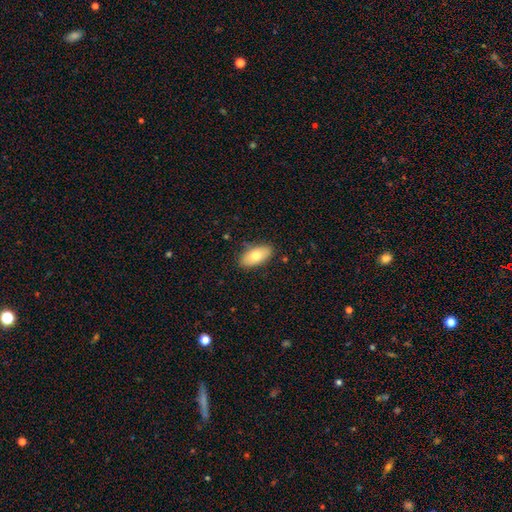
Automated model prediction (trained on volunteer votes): Smooth or featured? Predicted: smooth (p=0.72). How rounded? Predicted: in between (p=0.91). Merging? Predicted: none (p=0.85).